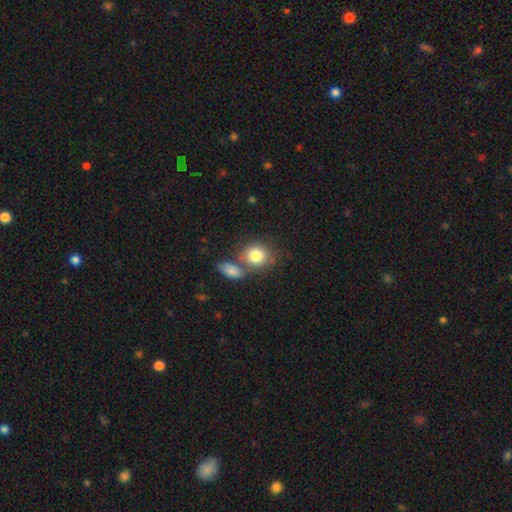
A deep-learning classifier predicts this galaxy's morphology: smooth 66%, star or artifact 22%, featured or disk 13%. Down the decision tree: how rounded — round (67%); merging — none (57%).